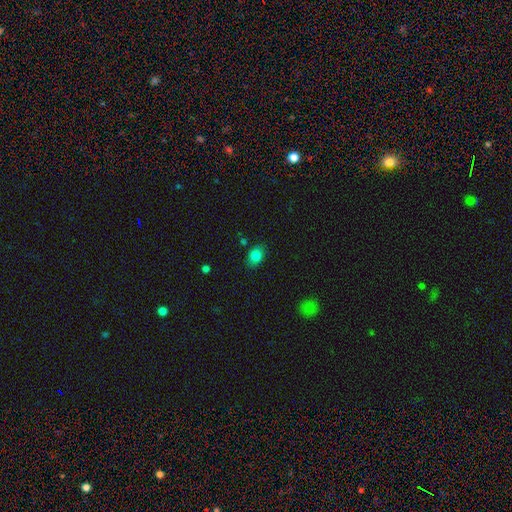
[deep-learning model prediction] smooth 82%, star or artifact 10%, featured or disk 7%. Down the decision tree: how rounded — in between (73%); merging — none (80%).